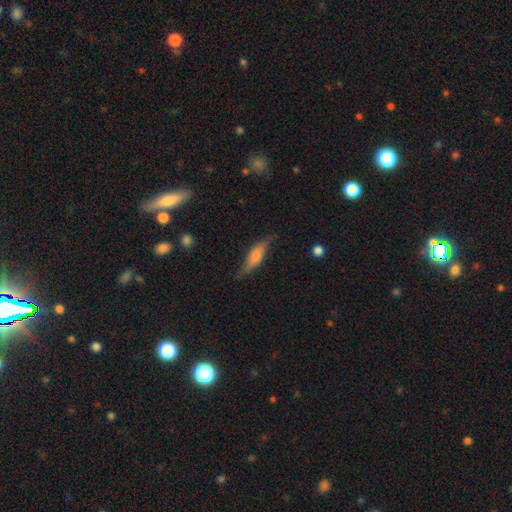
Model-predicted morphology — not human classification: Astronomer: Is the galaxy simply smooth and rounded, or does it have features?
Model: featured or disk — 59%.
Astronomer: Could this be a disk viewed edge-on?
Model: yes — 77%.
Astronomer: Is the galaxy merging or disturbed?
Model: none — 74%.